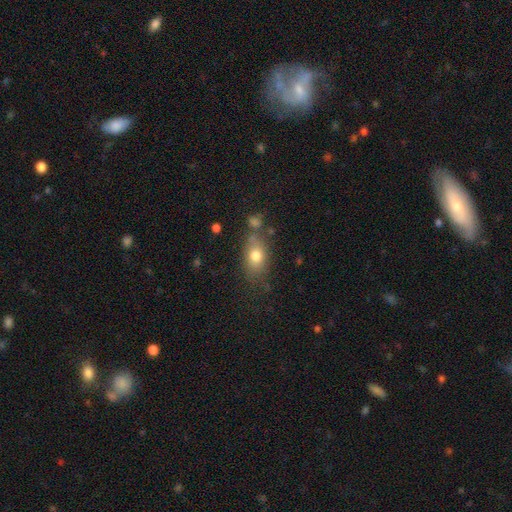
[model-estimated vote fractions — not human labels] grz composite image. It shows a smooth galaxy with no disk features (77%) that is in between round and cigar-shaped (76%). Merging: none (64%).